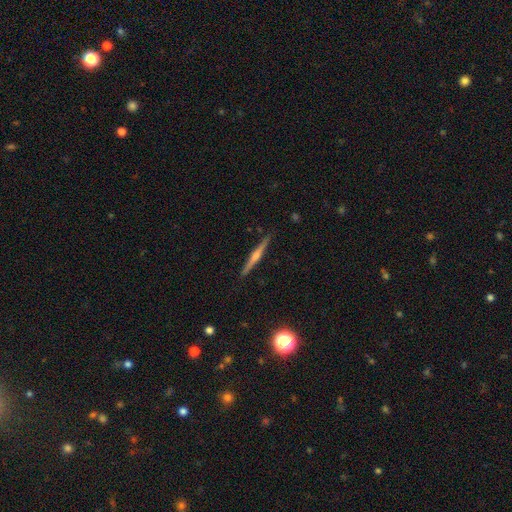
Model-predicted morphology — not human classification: smooth-or-featured: featured or disk: 76% | smooth: 17% | star or artifact: 7%
  disk-edge-on: yes: 98% | no: 2%
    edge-on-bulge: rounded: 85% | none: 9% | boxy: 6%
  merging: none: 92% | minor disturbance: 6% | major disturbance: 1% | merger: 1%